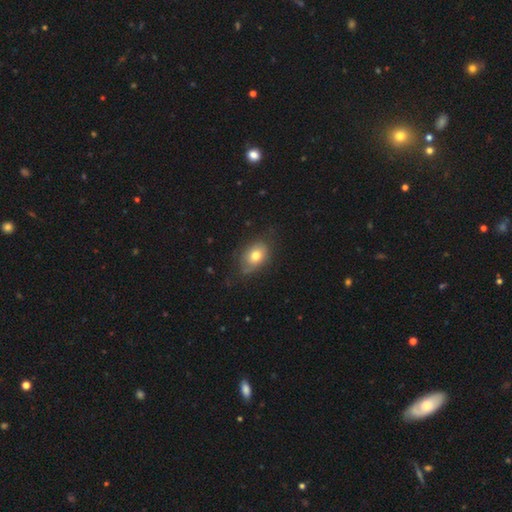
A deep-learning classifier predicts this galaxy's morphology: A smooth galaxy with no disk features (67%) that is in between round and cigar-shaped (76%). Merging: none (62%).